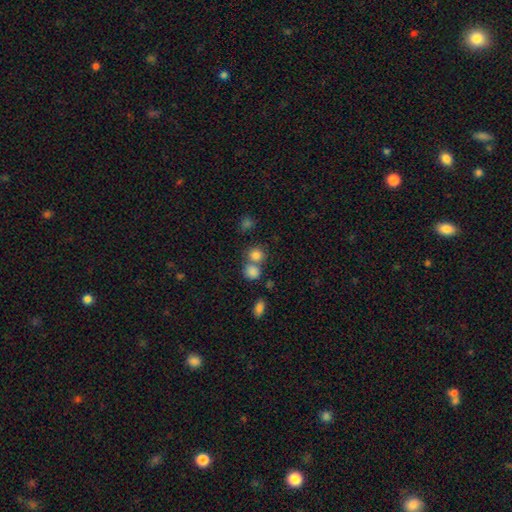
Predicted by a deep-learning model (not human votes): Smooth or featured: smooth — 82% (star or artifact — 12%)
How rounded: round — 82% (in between — 17%)
Merging: none — 52% (merger — 37%)